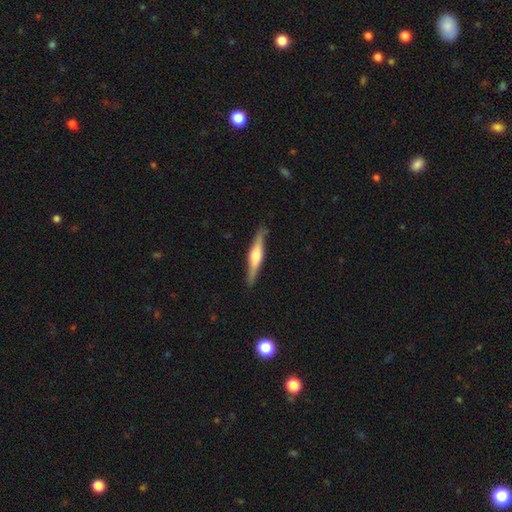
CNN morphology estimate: Smooth or featured? Predicted: featured or disk (p=0.65). Edge-on disk? Predicted: yes (p=0.96). Edge-on bulge? Predicted: rounded (p=0.84). Merging? Predicted: none (p=0.88).